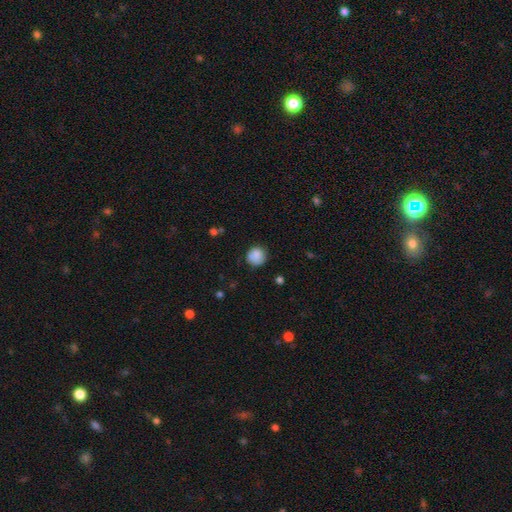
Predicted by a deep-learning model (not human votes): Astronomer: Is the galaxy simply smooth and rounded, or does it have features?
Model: smooth — 85%.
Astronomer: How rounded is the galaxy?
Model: round — 89%.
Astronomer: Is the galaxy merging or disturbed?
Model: none — 77%.